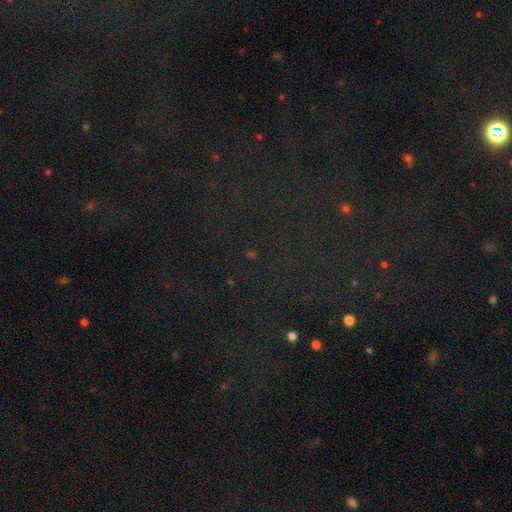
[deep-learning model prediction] Overall: star or artifact (78%).